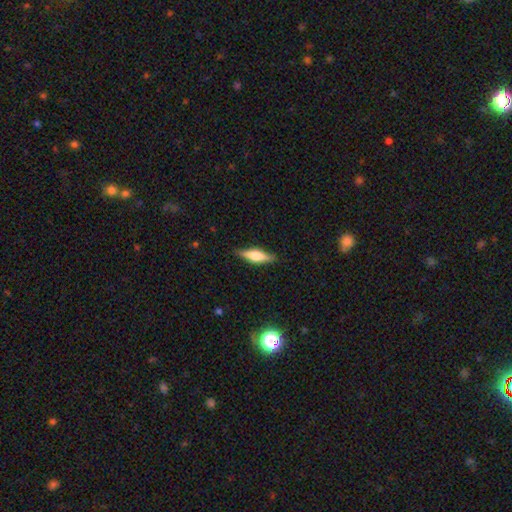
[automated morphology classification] Q: Smooth or featured?
A: featured or disk (52%); runner-up: smooth (41%)
Q: Edge-on disk?
A: yes (95%); runner-up: no (5%)
Q: Merging?
A: none (87%); runner-up: minor disturbance (10%)